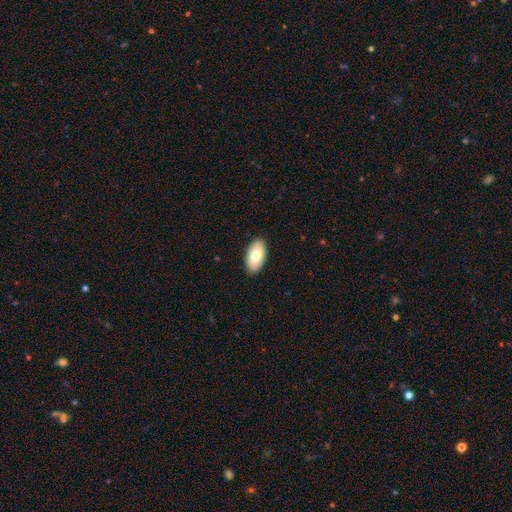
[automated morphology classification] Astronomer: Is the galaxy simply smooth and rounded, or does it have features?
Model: smooth — 78%.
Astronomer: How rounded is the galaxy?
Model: in between — 95%.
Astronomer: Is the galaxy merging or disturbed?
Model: none — 89%.